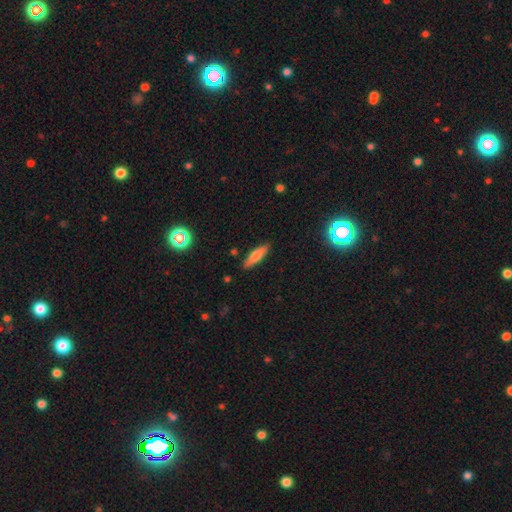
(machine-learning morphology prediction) smooth-or-featured: smooth: 66% | featured or disk: 26% | star or artifact: 8%
  how-rounded: cigar-shaped: 63% | in between: 35% | round: 2%
  merging: none: 88% | minor disturbance: 9% | major disturbance: 2% | merger: 2%